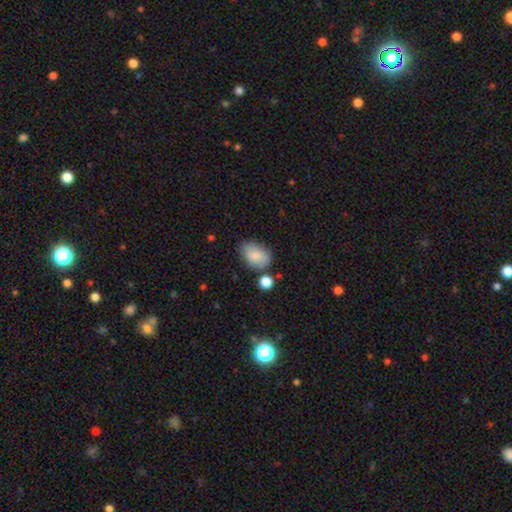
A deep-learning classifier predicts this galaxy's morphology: Q: Smooth or featured?
A: smooth (80%); runner-up: featured or disk (12%)
Q: How rounded?
A: in between (84%); runner-up: round (15%)
Q: Merging?
A: none (66%); runner-up: minor disturbance (21%)